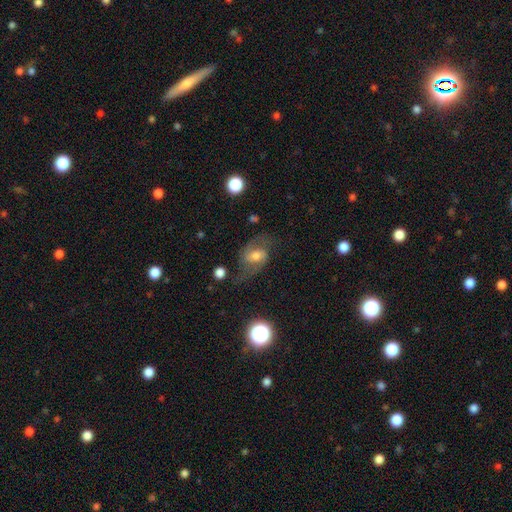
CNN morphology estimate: This is likely a featured or disk galaxy (70%). It is clearly not viewed edge-on (96%). Bar: possibly weak (45%). Spiral arm pattern: clearly yes (92%). Spiral arm count: clearly 2 (90%). Spiral winding: possibly loose (45%). Central bulge: likely moderate (61%). Merging: likely none (66%).